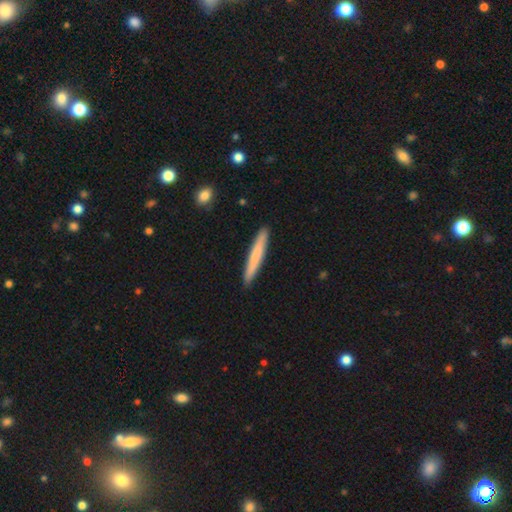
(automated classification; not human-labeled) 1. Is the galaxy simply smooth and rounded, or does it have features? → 69% smooth, 26% featured or disk, 5% star or artifact.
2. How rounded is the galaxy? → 96% cigar-shaped, 3% in between, 1% round.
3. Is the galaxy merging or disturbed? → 91% none, 6% minor disturbance, 1% major disturbance, 1% merger.